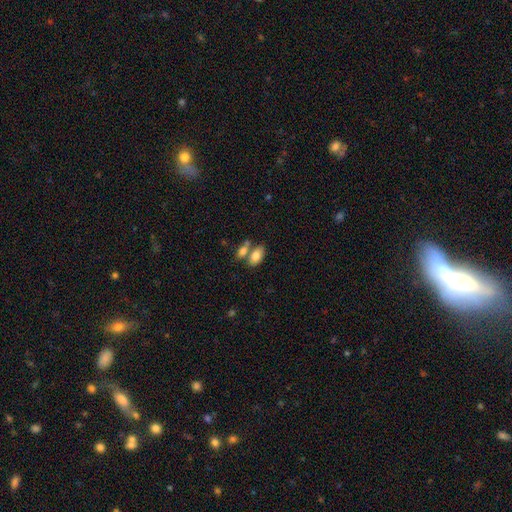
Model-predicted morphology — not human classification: Smooth or featured? Predicted: smooth (p=0.81). How rounded? Predicted: in between (p=0.91). Merging? Predicted: none (p=0.46).